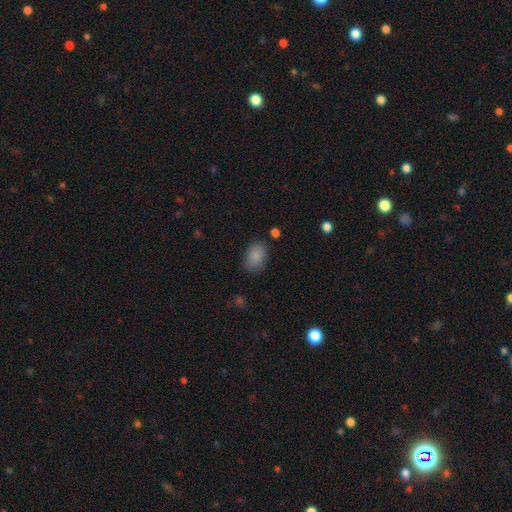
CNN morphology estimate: A smooth galaxy with no disk features (87%) that is in between round and cigar-shaped (85%). Merging: none (79%).